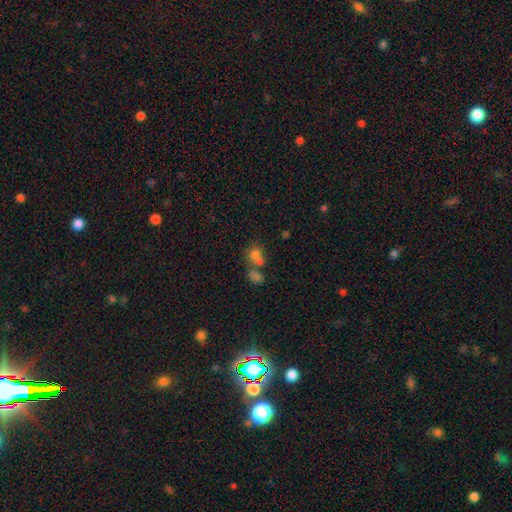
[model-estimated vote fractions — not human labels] smooth_or_featured: smooth (p=0.70) [alt: star or artifact p=0.15]
how_rounded: round (p=0.62) [alt: in between p=0.37]
merging: merger (p=0.52) [alt: none p=0.34]